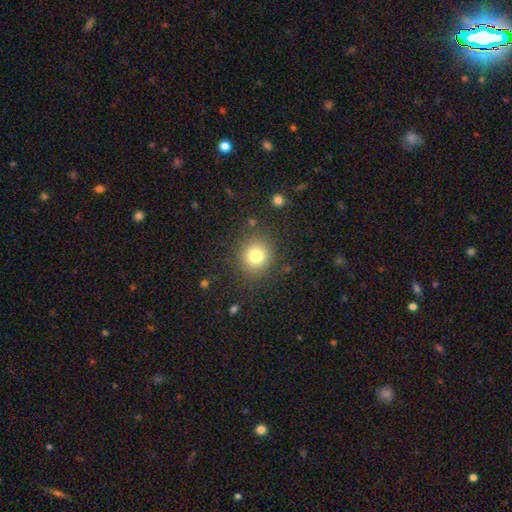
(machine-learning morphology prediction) Smooth or featured: smooth — 79% (star or artifact — 13%)
How rounded: round — 85% (in between — 14%)
Merging: none — 85% (minor disturbance — 9%)